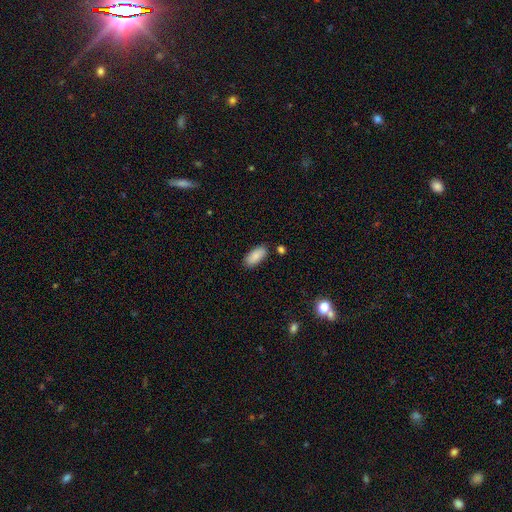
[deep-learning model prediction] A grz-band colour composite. It shows a smooth galaxy with no disk features (88%) that is in between round and cigar-shaped (90%). Merging: none (83%).